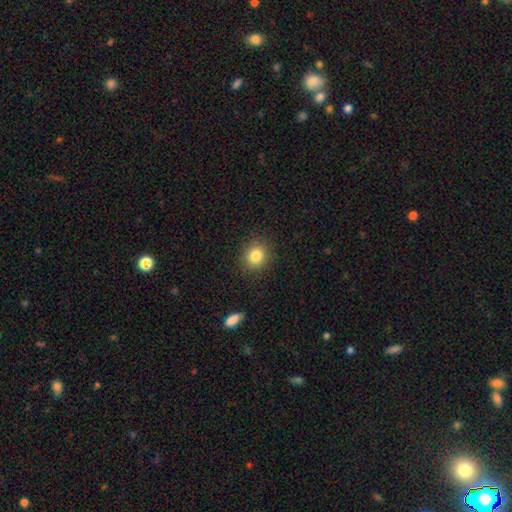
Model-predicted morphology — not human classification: Smooth or featured?
  - smooth: 83% *
  - star or artifact: 11%
  - featured or disk: 6%
How rounded?
  - round: 81% *
  - in between: 18%
  - cigar-shaped: 1%
Merging?
  - none: 89% *
  - minor disturbance: 8%
  - major disturbance: 3%
  - merger: 1%